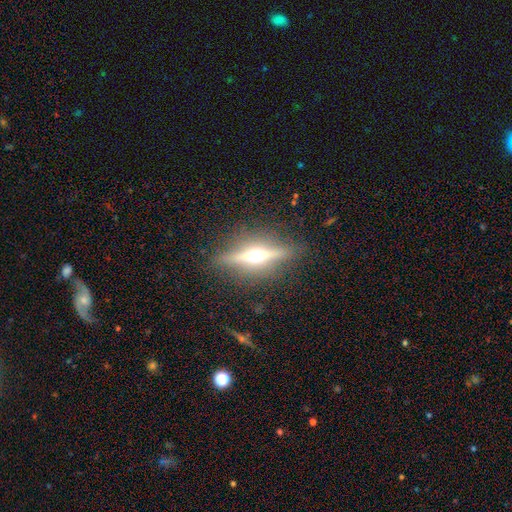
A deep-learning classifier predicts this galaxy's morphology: Q: Smooth or featured?
A: featured or disk (78%); runner-up: smooth (15%)
Q: Edge-on disk?
A: yes (95%); runner-up: no (5%)
Q: Edge-on bulge?
A: rounded (95%); runner-up: boxy (3%)
Q: Merging?
A: none (88%); runner-up: minor disturbance (8%)